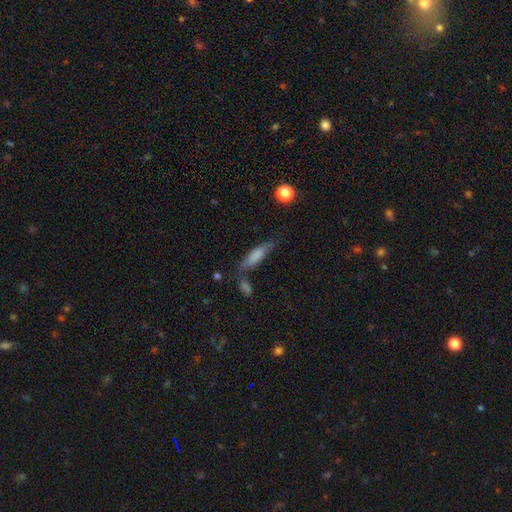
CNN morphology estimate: smooth_or_featured: smooth (p=0.74) [alt: featured or disk p=0.18]
how_rounded: cigar-shaped (p=0.64) [alt: in between p=0.34]
merging: none (p=0.58) [alt: minor disturbance p=0.22]